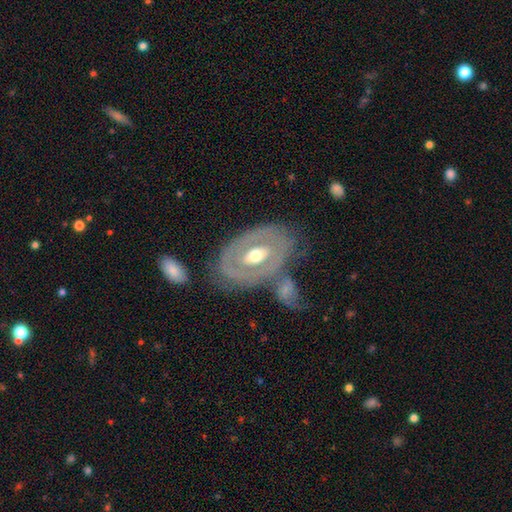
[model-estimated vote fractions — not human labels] Overall: featured or disk (68%). Edge-on disk: no (92%). Bar: no (60%; weak 25%). Spiral arms: no (69%; yes 31%). Bulge size: moderate (73%). Merging: none (59%).